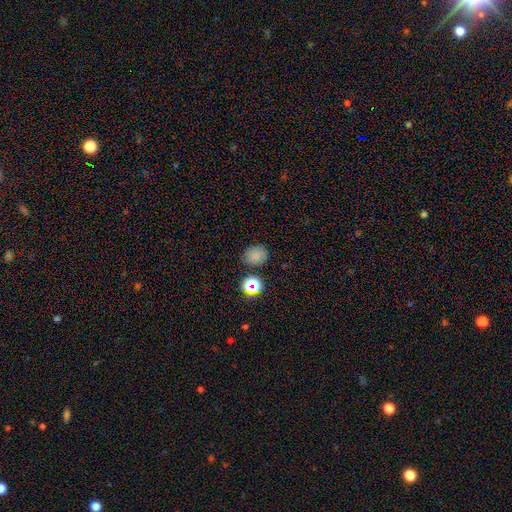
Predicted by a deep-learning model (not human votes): Smooth or featured?
  - smooth: 76% *
  - star or artifact: 18%
  - featured or disk: 6%
How rounded?
  - round: 62% *
  - in between: 37%
  - cigar-shaped: 1%
Merging?
  - none: 81% *
  - minor disturbance: 11%
  - merger: 5%
  - major disturbance: 3%